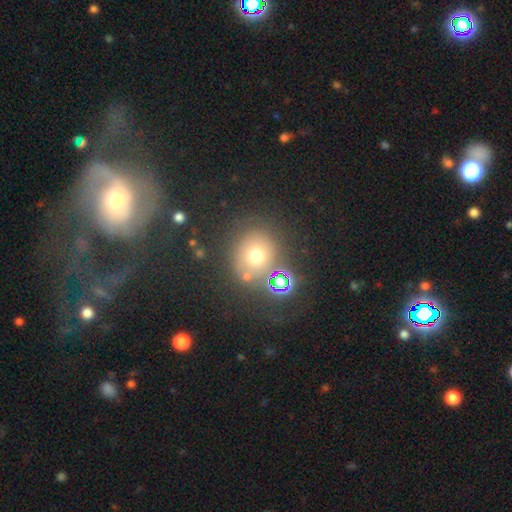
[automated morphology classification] Smooth or featured?
  - smooth: 65% *
  - star or artifact: 22%
  - featured or disk: 13%
How rounded?
  - round: 82% *
  - in between: 16%
  - cigar-shaped: 1%
Merging?
  - none: 71% *
  - minor disturbance: 12%
  - merger: 10%
  - major disturbance: 6%